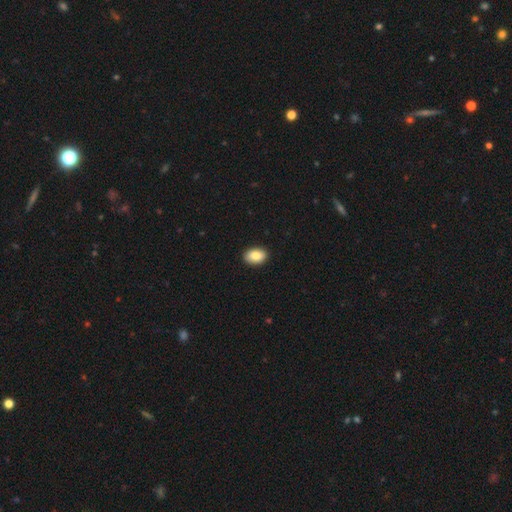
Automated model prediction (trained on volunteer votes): A smooth galaxy with no disk features (86%) that is in between round and cigar-shaped (87%).

Vote fractions:
- Smooth or featured? smooth: 86% / star or artifact: 7% / featured or disk: 6%
- How rounded? in between: 87% / round: 12% / cigar-shaped: 1%
- Merging? none: 92% / minor disturbance: 6% / major disturbance: 1% / merger: 1%